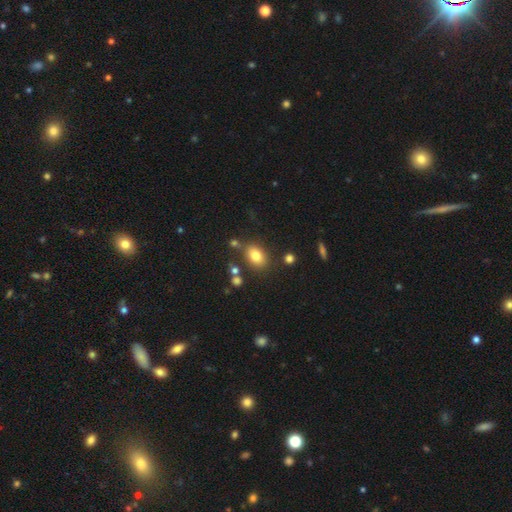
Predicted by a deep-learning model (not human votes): This is clearly a smooth galaxy (80%). How rounded: likely in between (79%). Merging: likely none (76%).